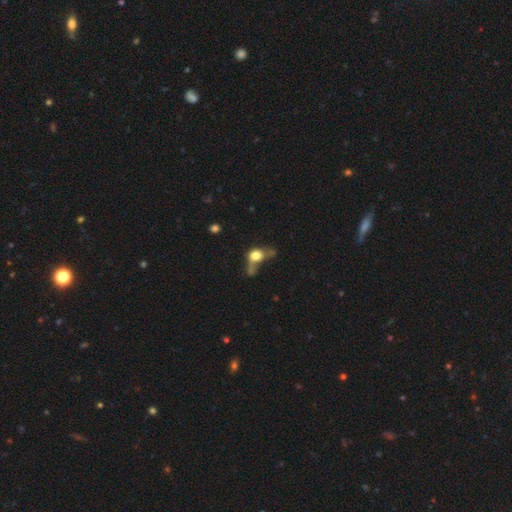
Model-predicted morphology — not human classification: smooth 66%, featured or disk 22%, star or artifact 12%. Down the decision tree: how rounded — round (56%); merging — major disturbance (34%).